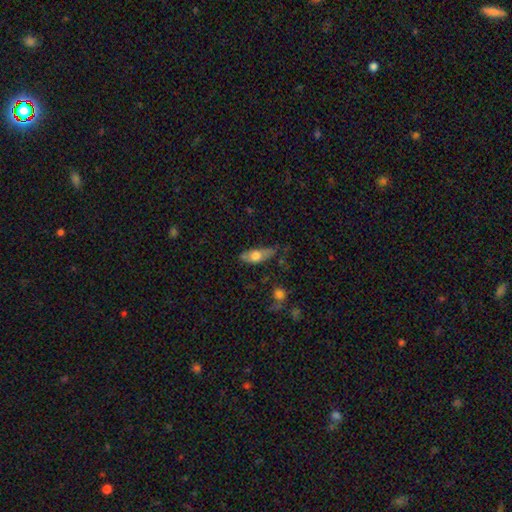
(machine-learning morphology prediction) Smooth or featured?
  - smooth: 65% *
  - featured or disk: 28%
  - star or artifact: 7%
How rounded?
  - in between: 71% *
  - cigar-shaped: 25%
  - round: 4%
Merging?
  - none: 55% *
  - minor disturbance: 31%
  - major disturbance: 9%
  - merger: 4%